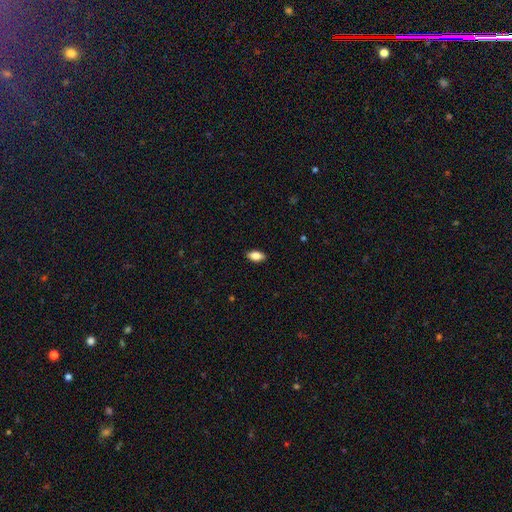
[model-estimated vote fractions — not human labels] Overall: smooth (83%). How rounded: in between (90%). Merging: none (89%).